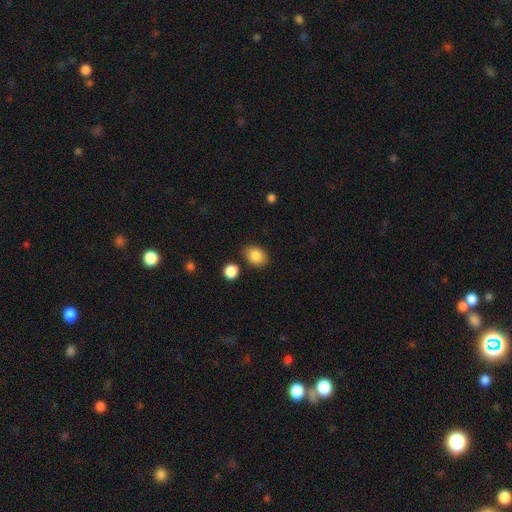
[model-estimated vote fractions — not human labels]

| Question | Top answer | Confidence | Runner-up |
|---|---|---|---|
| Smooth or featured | smooth | 86% | star or artifact (8%) |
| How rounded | in between | 64% | round (35%) |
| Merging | none | 82% | minor disturbance (11%) |